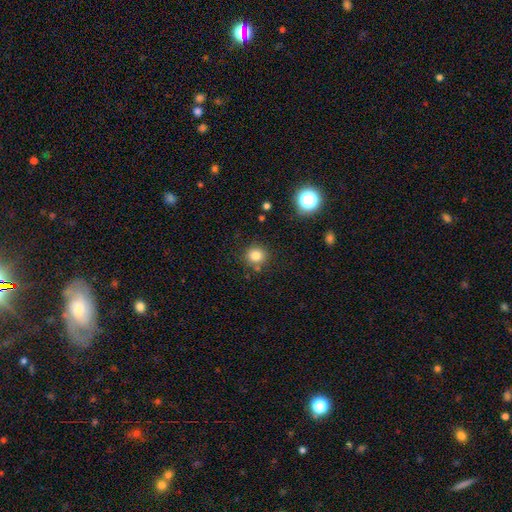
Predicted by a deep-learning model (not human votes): This appears to be a smooth galaxy with no disk features (80%) that is round (90%). Merging: none (83%).